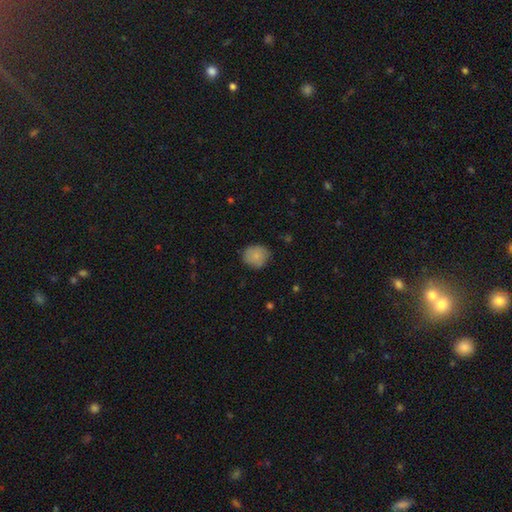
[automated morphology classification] type=smooth (82%); roundness=round (81%); merging=none (76%).